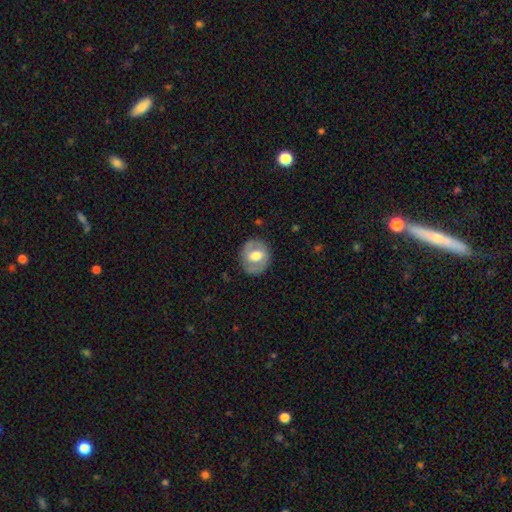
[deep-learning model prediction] Smooth or featured? smooth (47%)
Merging? none (81%)